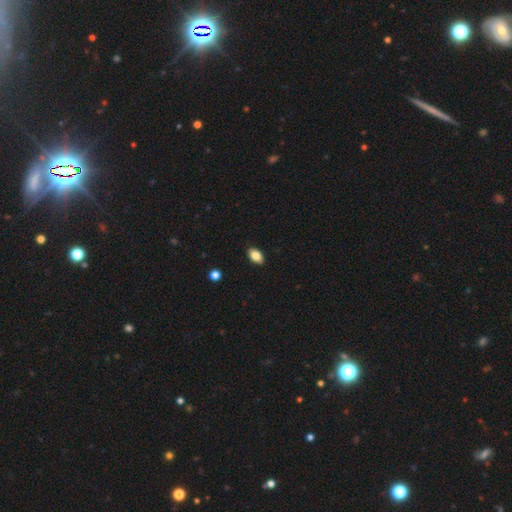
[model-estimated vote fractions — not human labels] Q: Smooth or featured?
A: smooth (84%); runner-up: star or artifact (8%)
Q: How rounded?
A: in between (91%); runner-up: round (7%)
Q: Merging?
A: none (89%); runner-up: minor disturbance (8%)